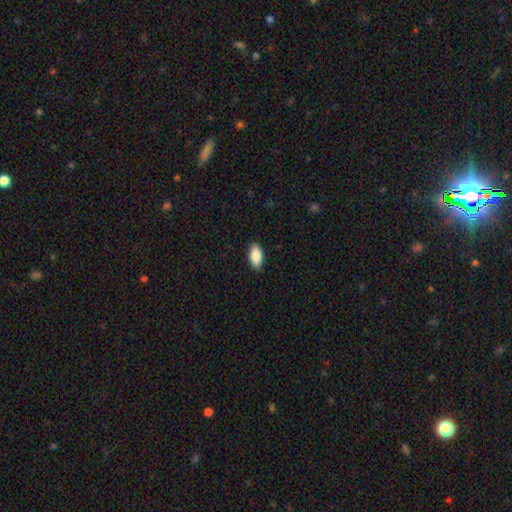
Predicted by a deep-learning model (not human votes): This appears to be a smooth galaxy with no disk features (87%) that is in between round and cigar-shaped (92%). Merging: none (89%).